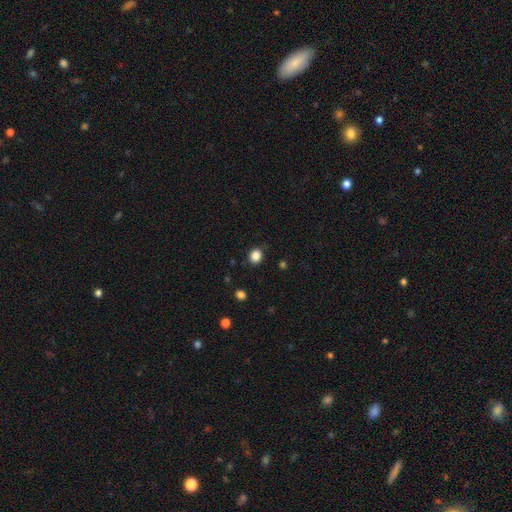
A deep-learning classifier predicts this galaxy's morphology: Smooth or featured? smooth (86%)
How rounded? round (66%)
Merging? none (86%)